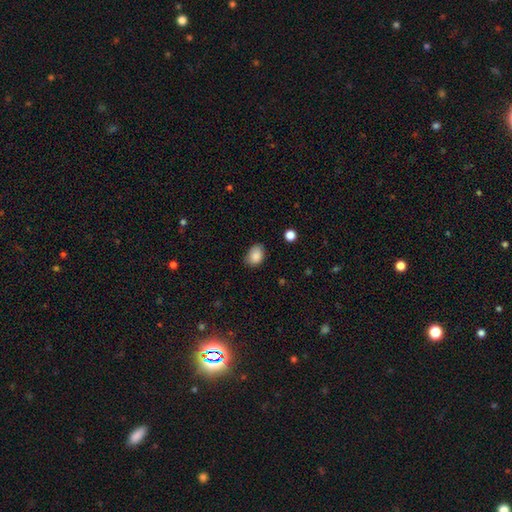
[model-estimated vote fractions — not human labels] A smooth galaxy with no disk features (87%) that is in between round and cigar-shaped (70%).

Vote fractions:
- Smooth or featured? smooth: 87% / star or artifact: 8% / featured or disk: 5%
- How rounded? in between: 70% / round: 29% / cigar-shaped: 1%
- Merging? none: 70% / minor disturbance: 24% / major disturbance: 4% / merger: 1%